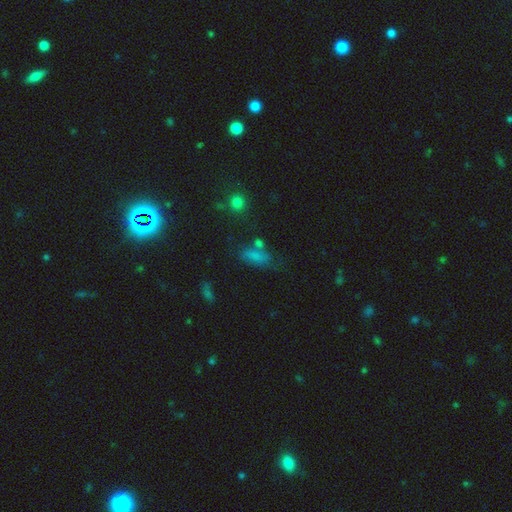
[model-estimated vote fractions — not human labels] Smooth or featured?
  - smooth: 71% *
  - star or artifact: 16%
  - featured or disk: 13%
How rounded?
  - in between: 81% *
  - cigar-shaped: 11%
  - round: 8%
Merging?
  - none: 47% *
  - minor disturbance: 23%
  - merger: 17%
  - major disturbance: 13%